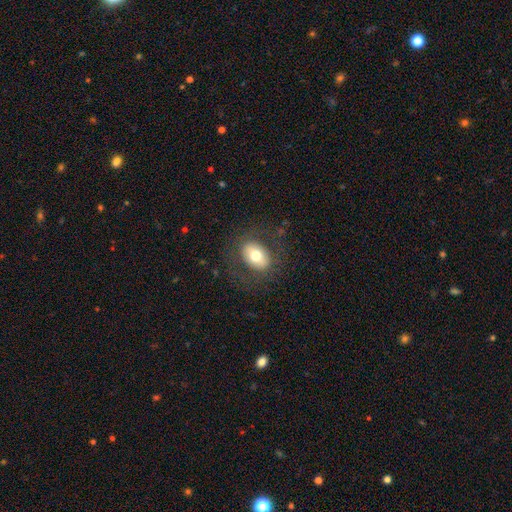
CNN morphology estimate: Q: Smooth or featured?
A: smooth (68%); runner-up: featured or disk (24%)
Q: How rounded?
A: in between (78%); runner-up: round (21%)
Q: Merging?
A: none (78%); runner-up: minor disturbance (12%)